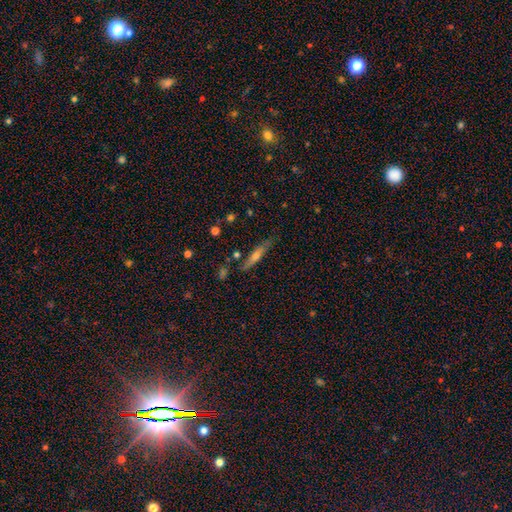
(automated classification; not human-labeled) featured or disk 51%, smooth 41%, star or artifact 8%. Down the decision tree: edge-on disk — yes (91%); merging — none (80%).